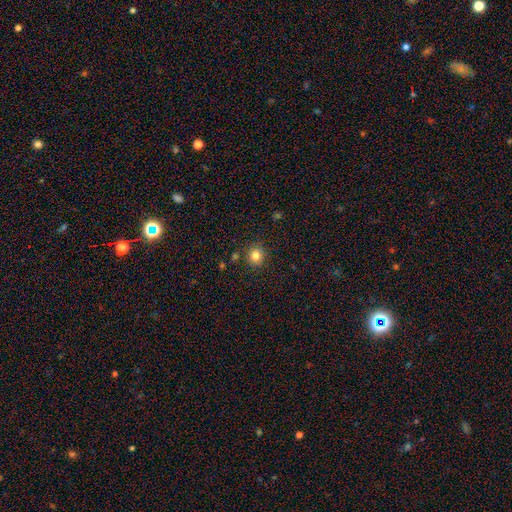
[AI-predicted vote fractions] smooth 82%, star or artifact 12%, featured or disk 6%. Down the decision tree: how rounded — round (87%); merging — none (88%).